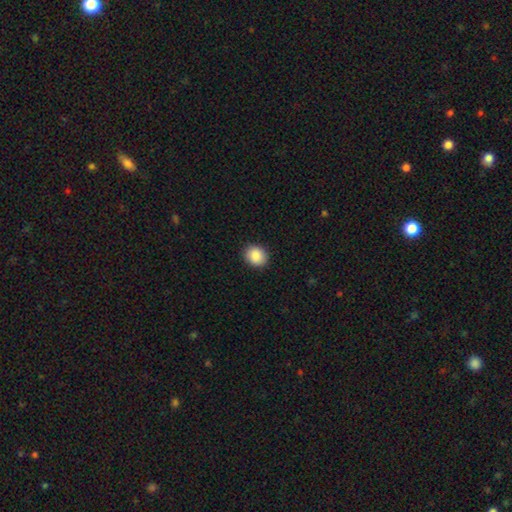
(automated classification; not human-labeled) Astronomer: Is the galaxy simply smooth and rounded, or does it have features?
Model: smooth — 89%.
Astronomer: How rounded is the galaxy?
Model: round — 66%.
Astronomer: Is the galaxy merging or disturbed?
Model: none — 90%.